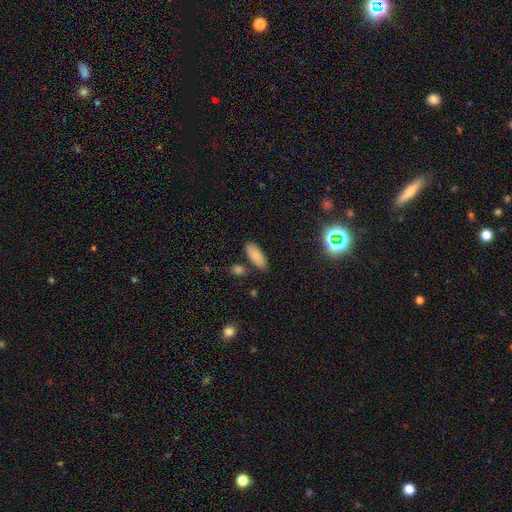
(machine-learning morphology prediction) Smooth or featured?
  - smooth: 83% *
  - featured or disk: 8%
  - star or artifact: 8%
How rounded?
  - in between: 81% *
  - cigar-shaped: 17%
  - round: 2%
Merging?
  - none: 80% *
  - minor disturbance: 12%
  - merger: 5%
  - major disturbance: 3%